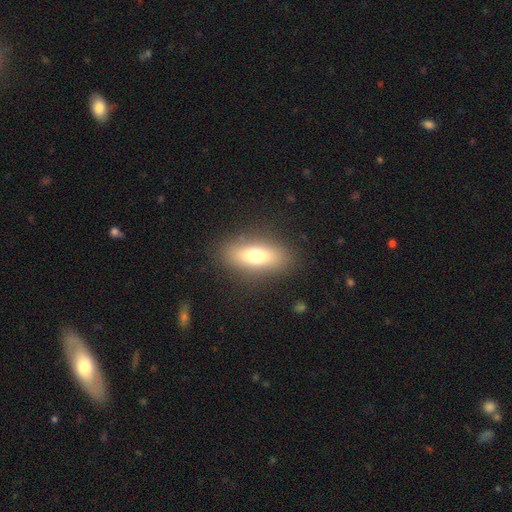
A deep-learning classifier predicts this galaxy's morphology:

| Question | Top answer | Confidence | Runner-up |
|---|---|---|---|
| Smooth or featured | smooth | 70% | featured or disk (23%) |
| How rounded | in between | 69% | cigar-shaped (27%) |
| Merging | none | 86% | minor disturbance (9%) |